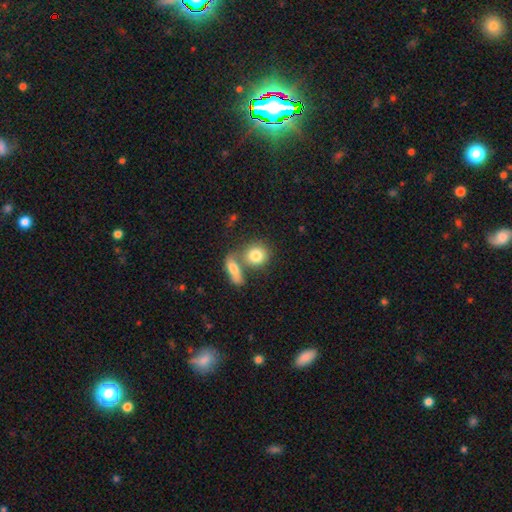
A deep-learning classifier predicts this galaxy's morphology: Smooth or featured: smooth — 80% (featured or disk — 13%)
How rounded: round — 69% (in between — 28%)
Merging: merger — 45% (none — 42%)